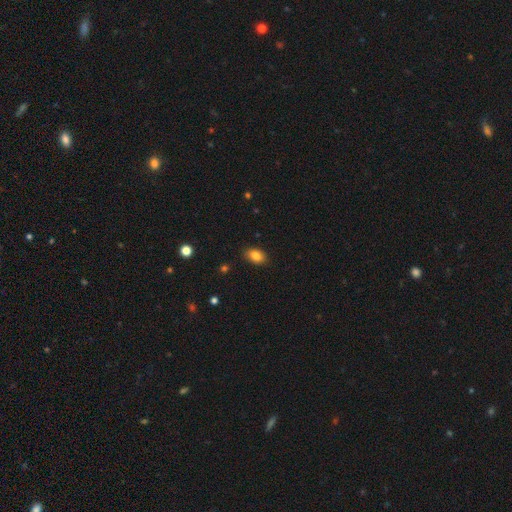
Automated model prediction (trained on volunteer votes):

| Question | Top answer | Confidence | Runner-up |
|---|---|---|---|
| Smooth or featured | smooth | 84% | star or artifact (9%) |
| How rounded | in between | 84% | round (15%) |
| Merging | none | 86% | minor disturbance (10%) |